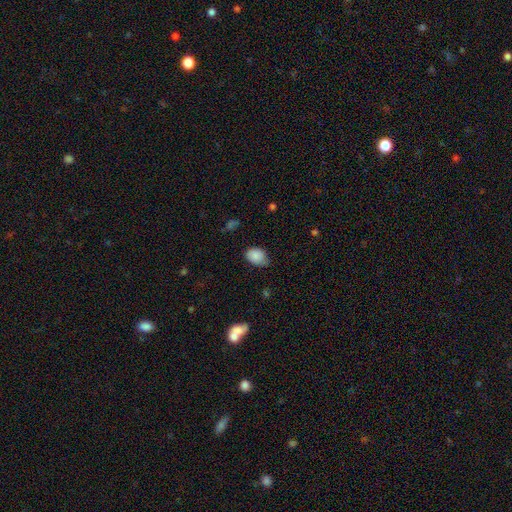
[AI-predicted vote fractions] This is clearly a smooth galaxy (85%). How rounded: likely in between (76%). Merging: likely none (61%).